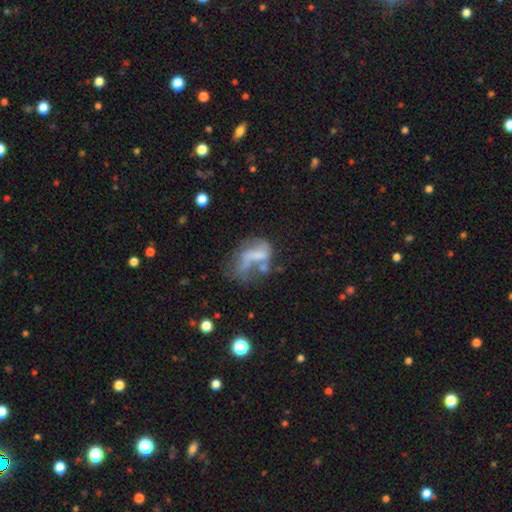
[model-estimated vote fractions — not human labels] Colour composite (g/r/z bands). It shows a featured or disk galaxy (51%). Merging: major disturbance (41%).